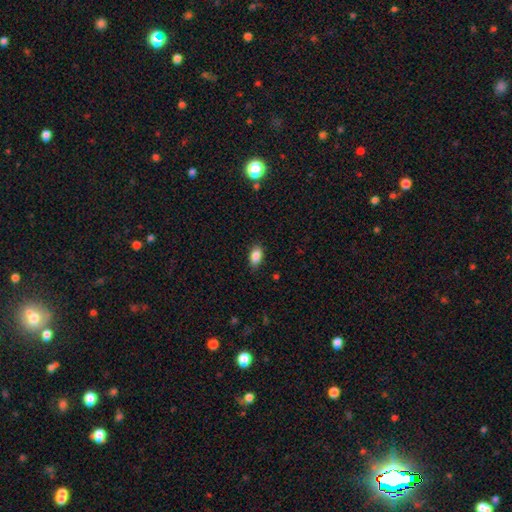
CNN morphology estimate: This is clearly a smooth galaxy (87%). How rounded: clearly in between (90%). Merging: clearly none (84%).